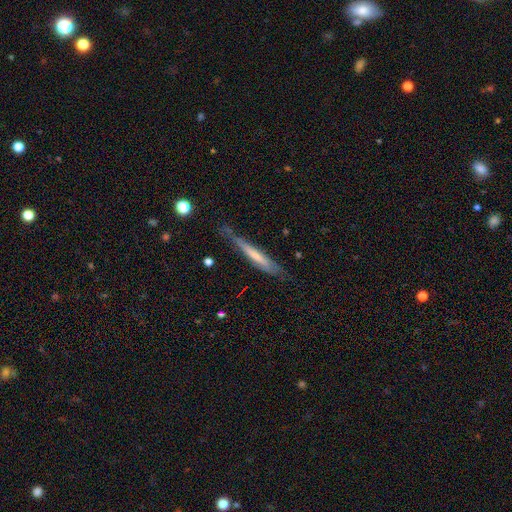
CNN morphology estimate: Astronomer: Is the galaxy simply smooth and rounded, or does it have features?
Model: featured or disk — 51% (runner-up: smooth, 43%).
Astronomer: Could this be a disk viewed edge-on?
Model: yes — 85%.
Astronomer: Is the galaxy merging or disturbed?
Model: none — 59%.